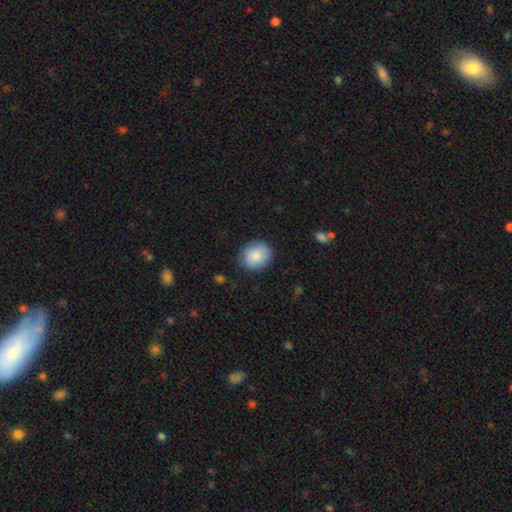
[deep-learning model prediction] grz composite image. It shows a smooth galaxy with no disk features (82%) that is round (80%). Merging: none (83%).